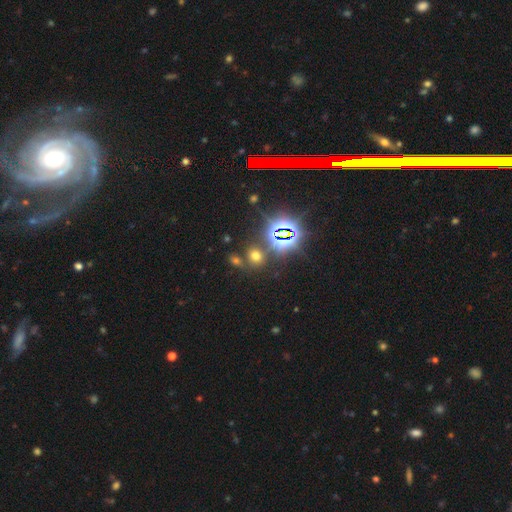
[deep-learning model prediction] Q: Smooth or featured?
A: smooth (50%); runner-up: star or artifact (42%)
Q: Merging?
A: none (75%); runner-up: merger (11%)